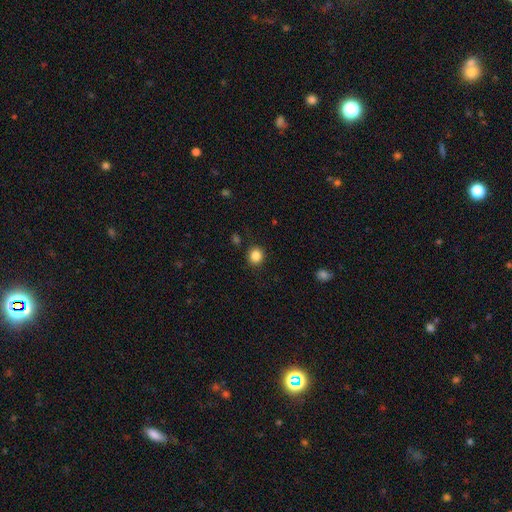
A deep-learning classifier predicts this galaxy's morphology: Smooth or featured? Predicted: smooth (p=0.85). How rounded? Predicted: round (p=0.87). Merging? Predicted: none (p=0.89).